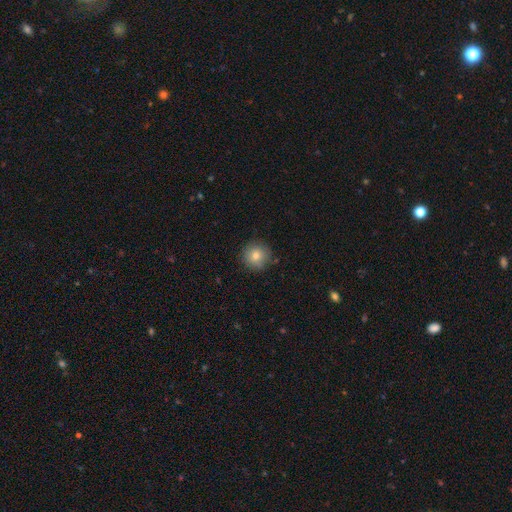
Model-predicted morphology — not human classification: smooth-or-featured: smooth: 80% | star or artifact: 11% | featured or disk: 9%
  how-rounded: round: 95% | in between: 4% | cigar-shaped: 1%
  merging: none: 87% | minor disturbance: 10% | major disturbance: 2% | merger: 1%